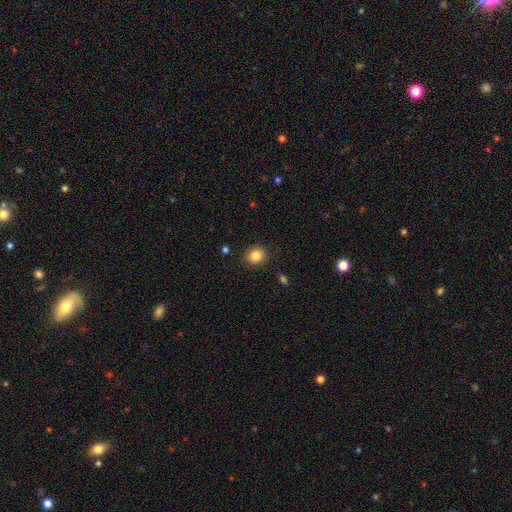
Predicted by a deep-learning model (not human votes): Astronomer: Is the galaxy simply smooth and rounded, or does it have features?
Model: smooth — 84%.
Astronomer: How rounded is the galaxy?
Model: round — 79%.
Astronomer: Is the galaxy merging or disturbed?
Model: none — 90%.